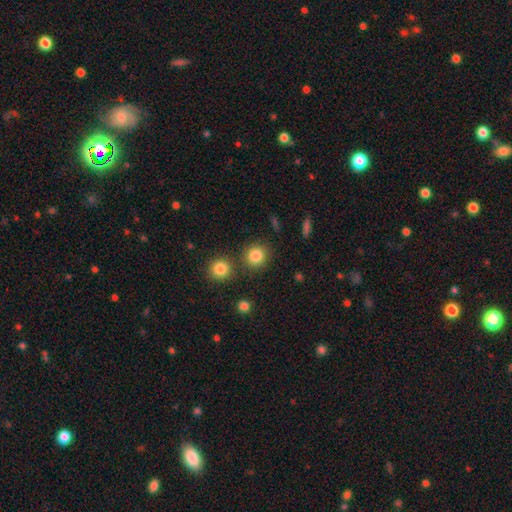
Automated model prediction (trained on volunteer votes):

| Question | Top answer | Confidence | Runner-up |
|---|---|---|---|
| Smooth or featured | smooth | 85% | star or artifact (10%) |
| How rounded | round | 87% | in between (12%) |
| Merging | none | 79% | merger (10%) |